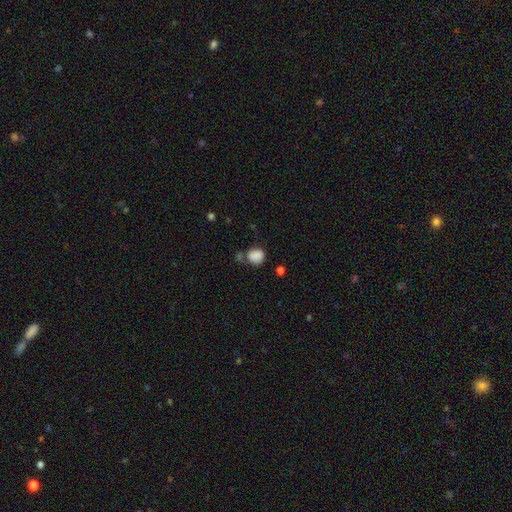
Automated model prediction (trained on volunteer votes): This is clearly a smooth galaxy (85%). How rounded: possibly round (59%). Merging: possibly none (53%).